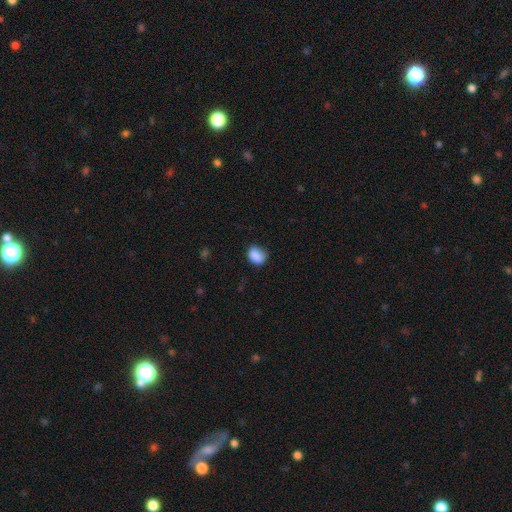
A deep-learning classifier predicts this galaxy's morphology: Smooth or featured? smooth (86%)
How rounded? in between (61%)
Merging? none (62%)